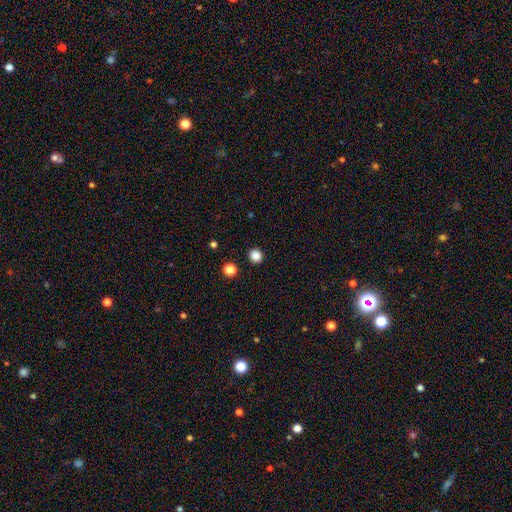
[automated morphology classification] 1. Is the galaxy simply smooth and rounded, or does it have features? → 85% smooth, 12% star or artifact, 3% featured or disk.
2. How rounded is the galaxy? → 92% round, 7% in between, 1% cigar-shaped.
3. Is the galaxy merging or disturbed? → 92% none, 5% minor disturbance, 2% major disturbance, 2% merger.